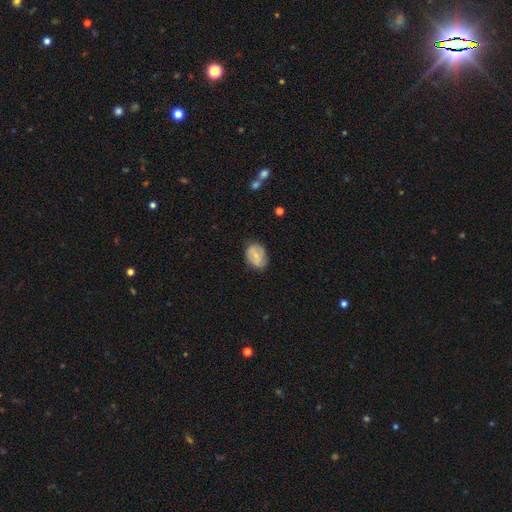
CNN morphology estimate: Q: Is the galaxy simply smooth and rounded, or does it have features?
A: smooth — 52%.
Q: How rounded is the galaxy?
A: in between — 71%.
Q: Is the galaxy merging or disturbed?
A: none — 71%.